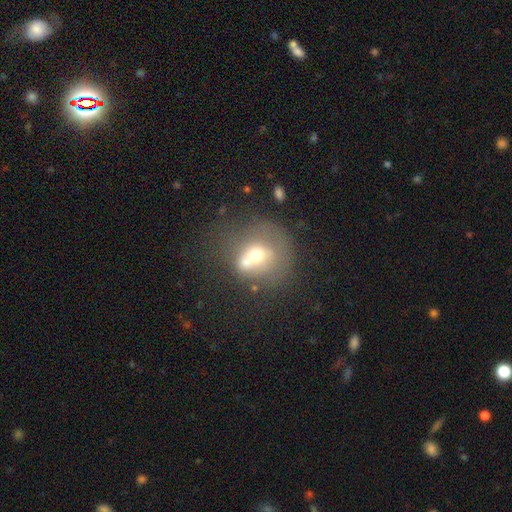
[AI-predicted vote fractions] Q: Smooth or featured?
A: smooth (56%); runner-up: featured or disk (32%)
Q: How rounded?
A: round (76%); runner-up: in between (23%)
Q: Merging?
A: merger (38%); runner-up: none (31%)